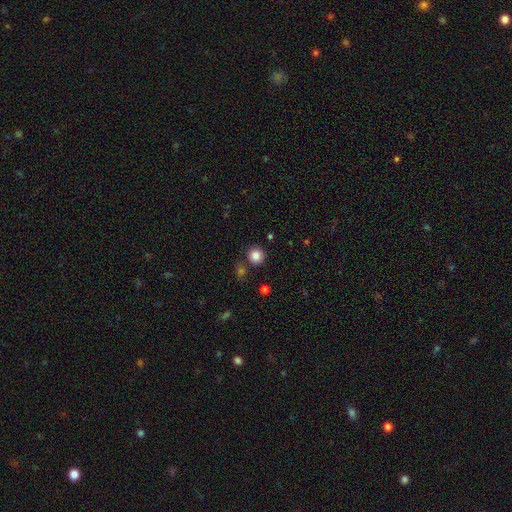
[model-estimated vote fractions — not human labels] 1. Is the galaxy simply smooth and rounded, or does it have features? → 84% smooth, 11% star or artifact, 5% featured or disk.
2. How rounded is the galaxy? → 94% round, 5% in between, 1% cigar-shaped.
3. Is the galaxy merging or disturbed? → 84% none, 7% minor disturbance, 6% merger, 3% major disturbance.